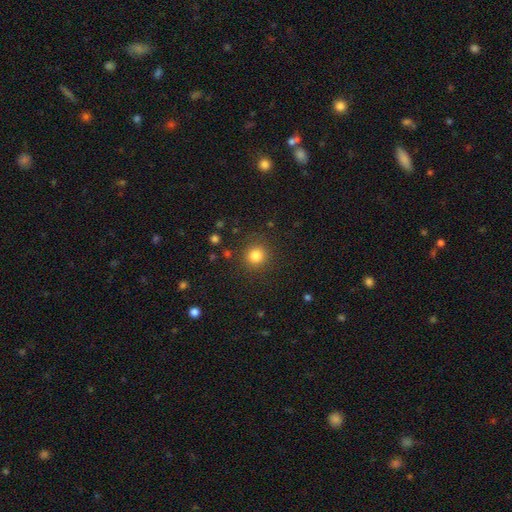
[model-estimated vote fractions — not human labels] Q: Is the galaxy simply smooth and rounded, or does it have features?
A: smooth — 82%.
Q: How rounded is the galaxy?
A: round — 92%.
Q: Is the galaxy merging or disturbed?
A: none — 88%.